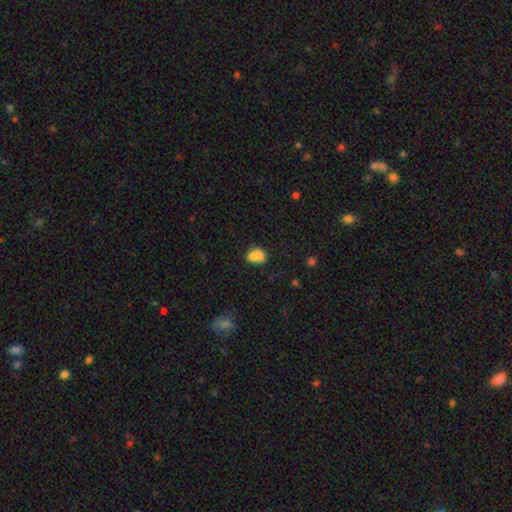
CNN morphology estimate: A smooth galaxy with no disk features (72%) that is round (57%). Merging: merger (54%).